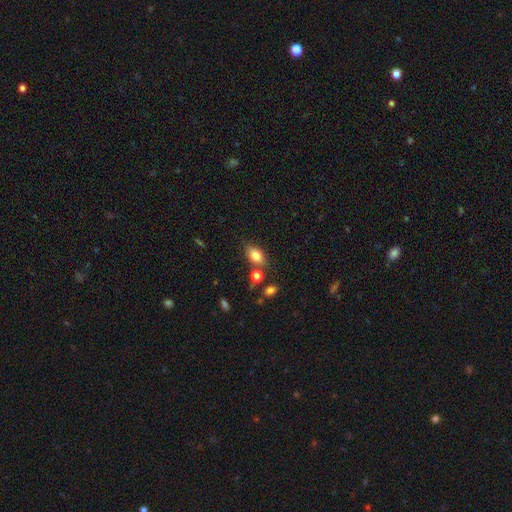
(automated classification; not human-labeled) smooth_or_featured: smooth (p=0.82) [alt: featured or disk p=0.09]
how_rounded: in between (p=0.86) [alt: round p=0.11]
merging: none (p=0.67) [alt: minor disturbance p=0.16]